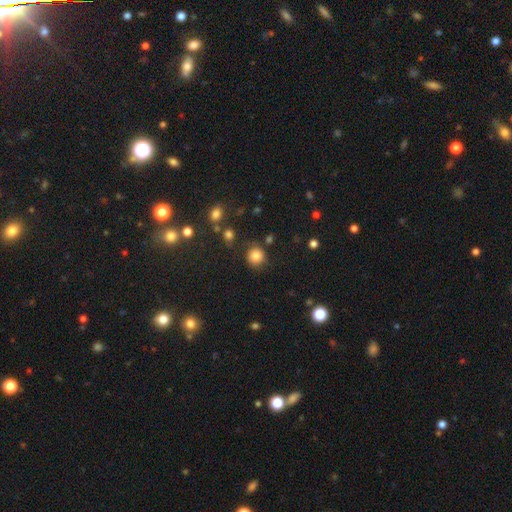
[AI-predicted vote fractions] Smooth or featured?
  - smooth: 83% *
  - star or artifact: 11%
  - featured or disk: 6%
How rounded?
  - round: 89% *
  - in between: 10%
  - cigar-shaped: 1%
Merging?
  - none: 81% *
  - minor disturbance: 12%
  - major disturbance: 4%
  - merger: 3%